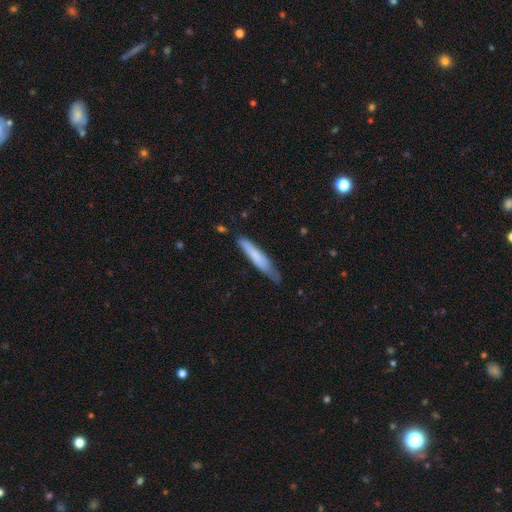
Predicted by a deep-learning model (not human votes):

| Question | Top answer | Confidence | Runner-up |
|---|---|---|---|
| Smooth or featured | smooth | 72% | featured or disk (22%) |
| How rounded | cigar-shaped | 91% | in between (8%) |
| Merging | none | 67% | minor disturbance (26%) |